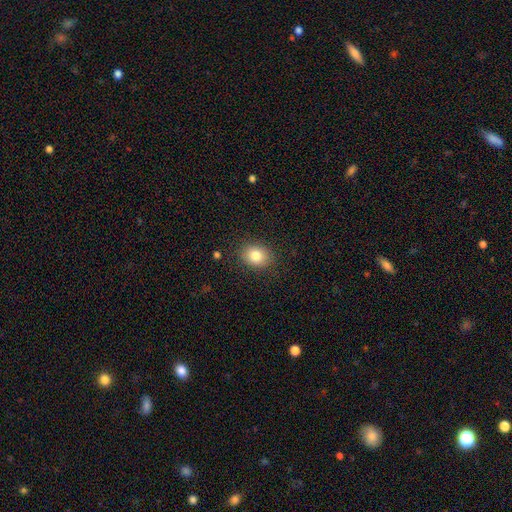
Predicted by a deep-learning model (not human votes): Smooth or featured: smooth — 82% (star or artifact — 9%)
How rounded: in between — 55% (round — 44%)
Merging: none — 87% (minor disturbance — 9%)